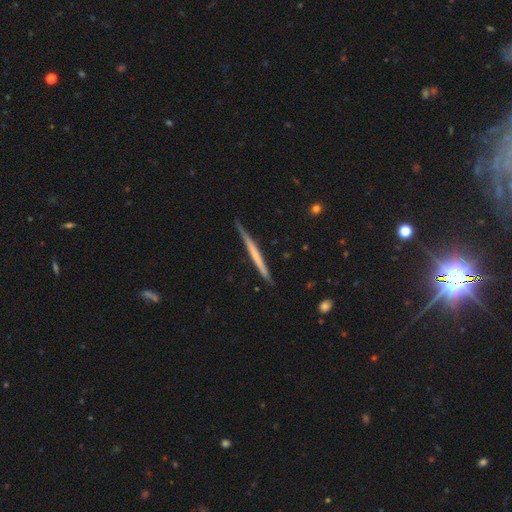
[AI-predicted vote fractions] Morphology: type=featured or disk (56%); edge-on=yes (97%); edge-on bulge=none (83%); merging=none (85%).